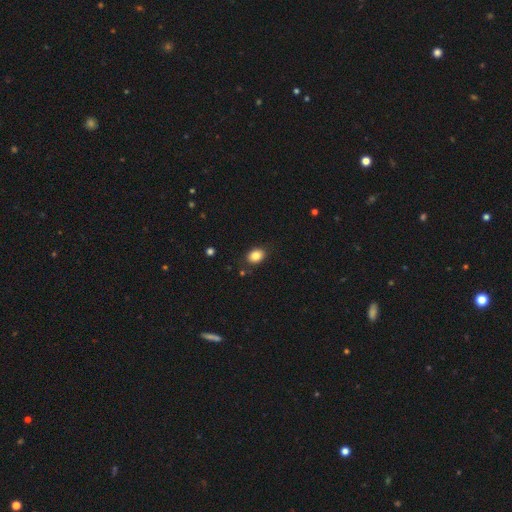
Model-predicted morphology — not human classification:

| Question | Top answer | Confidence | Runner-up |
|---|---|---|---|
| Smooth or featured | smooth | 85% | star or artifact (9%) |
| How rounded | in between | 68% | round (31%) |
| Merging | none | 84% | minor disturbance (11%) |